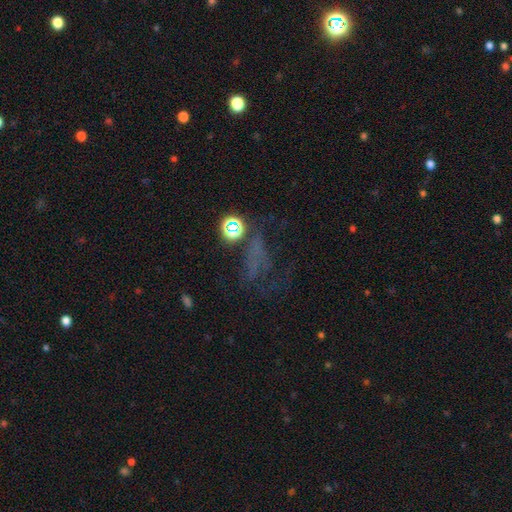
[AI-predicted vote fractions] star or artifact 42%, smooth 35%, featured or disk 23%.